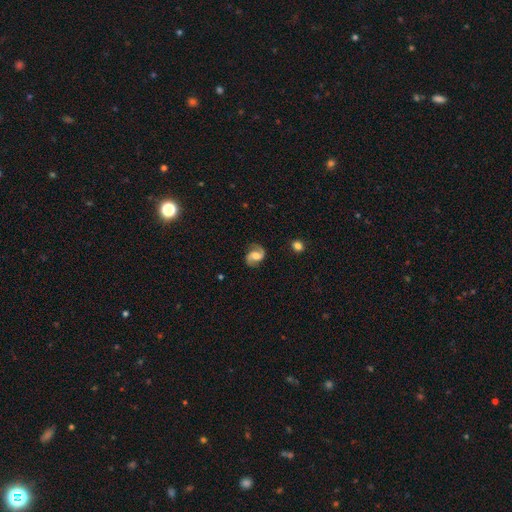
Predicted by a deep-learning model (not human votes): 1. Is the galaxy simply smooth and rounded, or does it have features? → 84% featured or disk, 10% smooth, 6% star or artifact.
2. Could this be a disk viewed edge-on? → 98% no, 2% yes.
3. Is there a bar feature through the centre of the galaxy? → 44% weak, 43% no, 12% strong.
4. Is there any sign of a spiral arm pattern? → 97% yes, 3% no.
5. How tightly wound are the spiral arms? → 51% medium, 35% loose, 14% tight.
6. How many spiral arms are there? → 93% 2, 2% can't tell, 2% 1, 1% 3, 1% 4, 1% more than 4.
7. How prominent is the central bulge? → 54% moderate, 18% large, 18% small, 7% none, 2% dominant.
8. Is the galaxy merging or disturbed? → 82% none, 13% minor disturbance, 4% major disturbance, 1% merger.